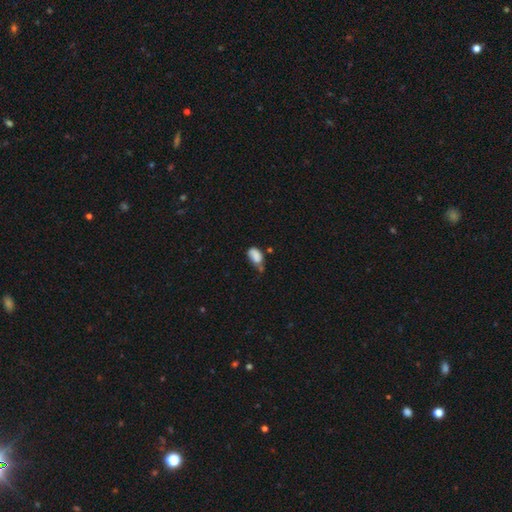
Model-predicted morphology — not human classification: A smooth galaxy with no disk features (79%) that is in between round and cigar-shaped (89%). Merging: minor disturbance (36%).